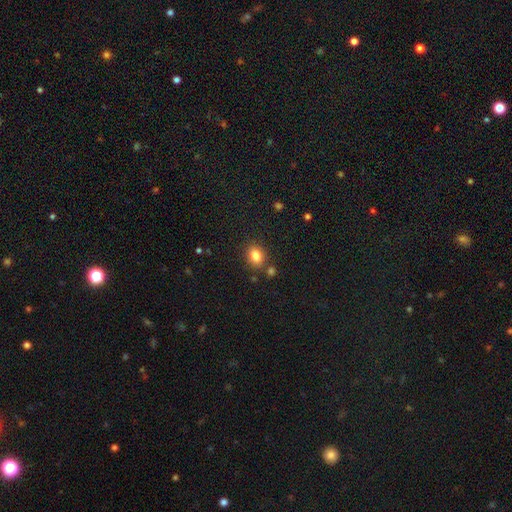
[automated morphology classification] Q: Smooth or featured?
A: smooth (84%); runner-up: star or artifact (10%)
Q: How rounded?
A: in between (61%); runner-up: round (38%)
Q: Merging?
A: none (79%); runner-up: minor disturbance (11%)